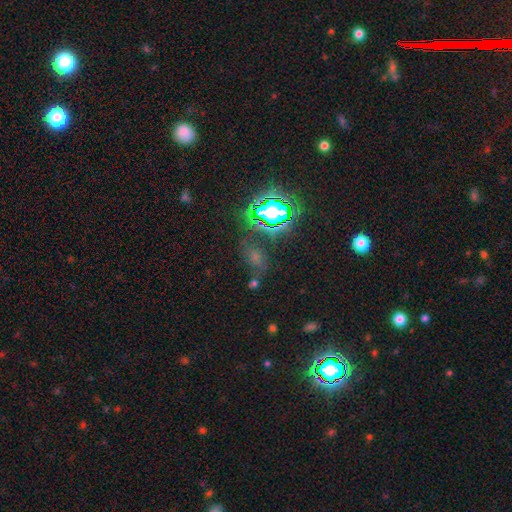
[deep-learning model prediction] Overall: star or artifact (49%; smooth 36%).